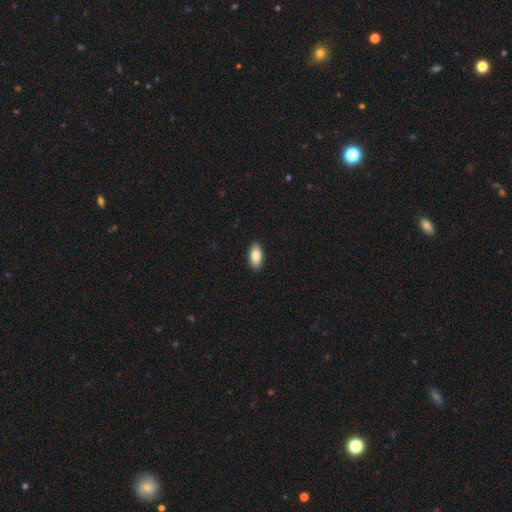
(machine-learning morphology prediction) A smooth galaxy with no disk features (86%) that is in between round and cigar-shaped (92%).

Vote fractions:
- Smooth or featured? smooth: 86% / featured or disk: 7% / star or artifact: 6%
- How rounded? in between: 92% / cigar-shaped: 5% / round: 3%
- Merging? none: 90% / minor disturbance: 7% / major disturbance: 2% / merger: 1%